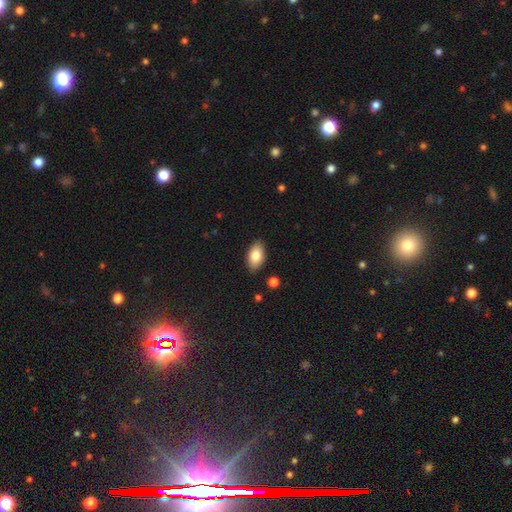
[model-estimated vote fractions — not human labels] smooth_or_featured: smooth (p=0.82) [alt: featured or disk p=0.11]
how_rounded: in between (p=0.93) [alt: round p=0.05]
merging: none (p=0.87) [alt: minor disturbance p=0.10]